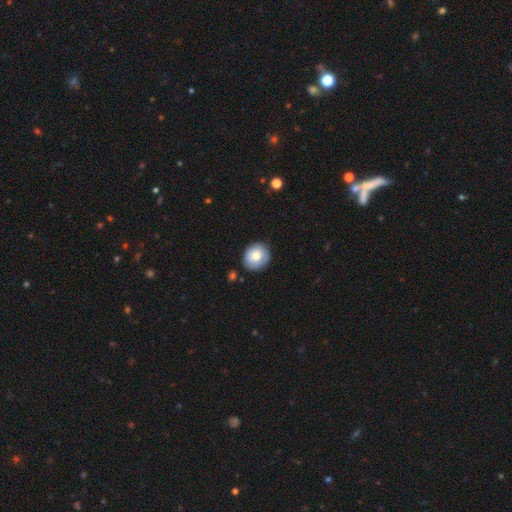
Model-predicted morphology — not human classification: Smooth or featured?
  - smooth: 72% *
  - featured or disk: 21%
  - star or artifact: 7%
How rounded?
  - round: 69% *
  - in between: 30%
  - cigar-shaped: 1%
Merging?
  - none: 79% *
  - minor disturbance: 16%
  - major disturbance: 3%
  - merger: 2%